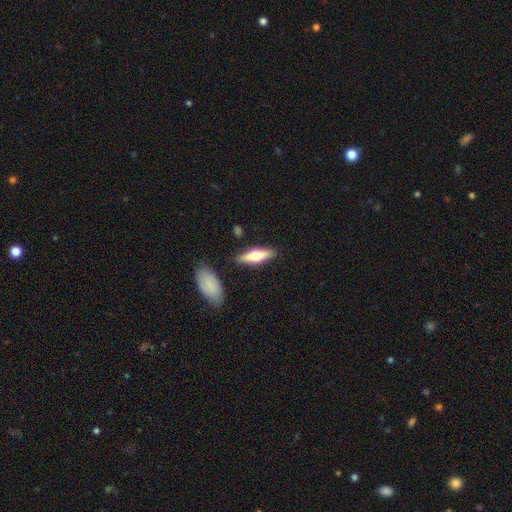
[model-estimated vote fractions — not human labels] smooth 52%, featured or disk 42%, star or artifact 6%. Down the decision tree: how rounded — cigar-shaped (59%); merging — none (85%).